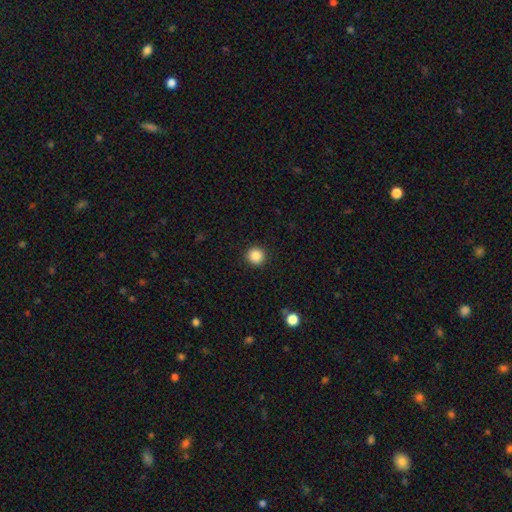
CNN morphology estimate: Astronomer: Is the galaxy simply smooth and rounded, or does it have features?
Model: smooth — 87%.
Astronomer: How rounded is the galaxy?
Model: round — 95%.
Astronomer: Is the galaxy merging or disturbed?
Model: none — 92%.